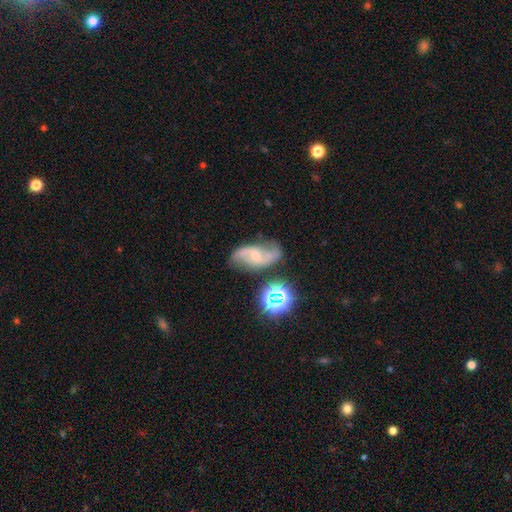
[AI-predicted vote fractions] A featured or disk galaxy (79%) with no bar (44%), 2 (90%) loose (52%) spiral arms (95%) and a small central bulge (60%). Merging: none (64%).